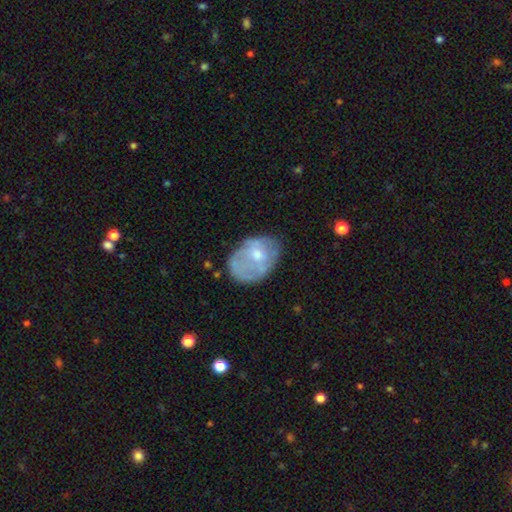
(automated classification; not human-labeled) smooth-or-featured: smooth: 47% | featured or disk: 45% | star or artifact: 7%
  merging: none: 51% | minor disturbance: 30% | major disturbance: 16% | merger: 3%